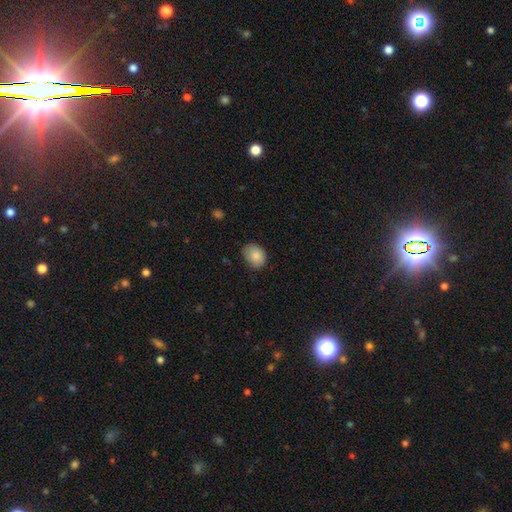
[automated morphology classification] The model was most divided on "how rounded": in between: 58%, round: 41%, cigar-shaped: 1%. More confident: smooth or featured — smooth (86%); merging — none (70%).